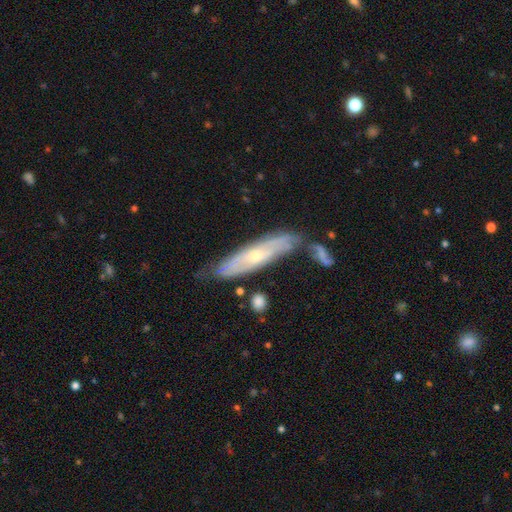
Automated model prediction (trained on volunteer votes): Q: Smooth or featured?
A: featured or disk (66%); runner-up: smooth (28%)
Q: Edge-on disk?
A: no (59%); runner-up: yes (41%)
Q: Merging?
A: none (61%); runner-up: minor disturbance (22%)